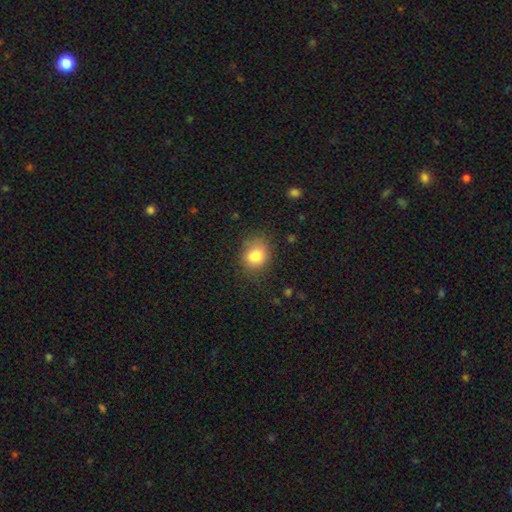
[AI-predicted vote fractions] A smooth galaxy with no disk features (81%) that is round (53%). Merging: none (65%).